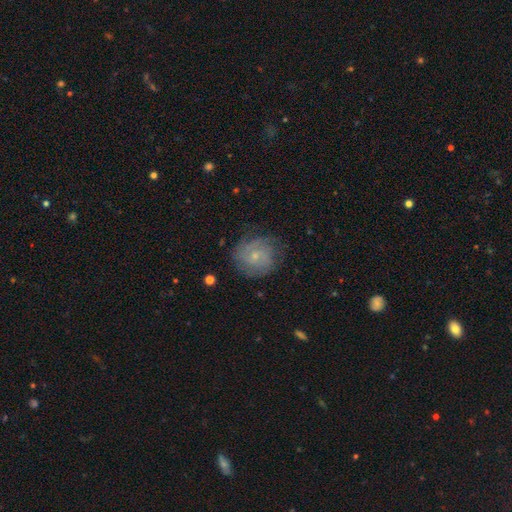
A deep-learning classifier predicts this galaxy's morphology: A featured or disk galaxy (60%) with no bar (77%), spiral arms (84%) and a small central bulge (74%). Merging: none (71%).